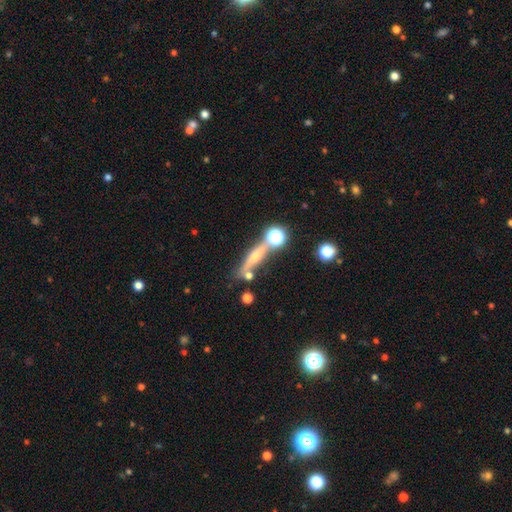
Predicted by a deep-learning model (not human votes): smooth 43%, featured or disk 42%, star or artifact 15%. Down the decision tree: merging — none (64%).